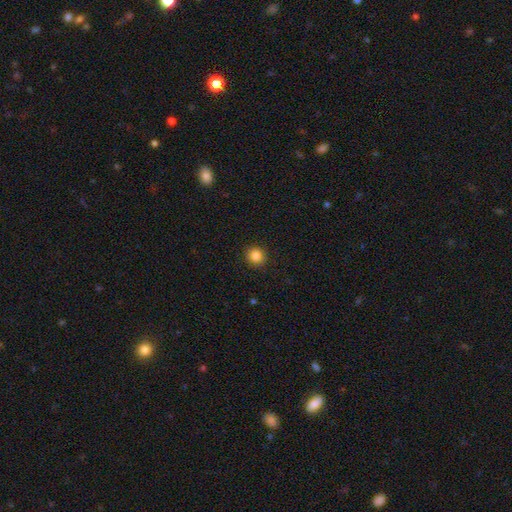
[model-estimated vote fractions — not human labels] This appears to be a smooth galaxy with no disk features (86%) that is round (89%). Merging: none (91%).